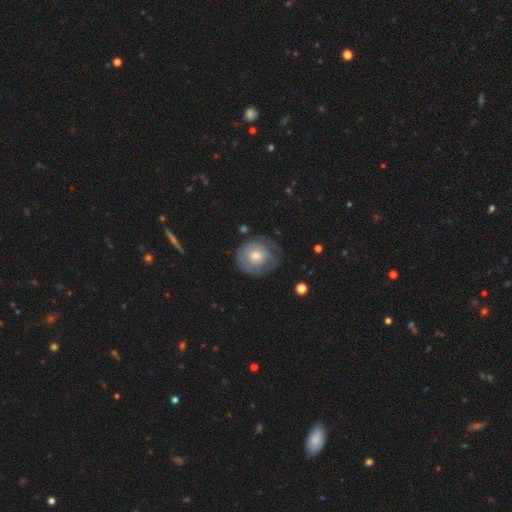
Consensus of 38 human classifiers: Smooth or featured? 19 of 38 (50%) said smooth. How rounded? 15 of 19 (79%) said round. Merging? 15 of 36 (42%) said none.